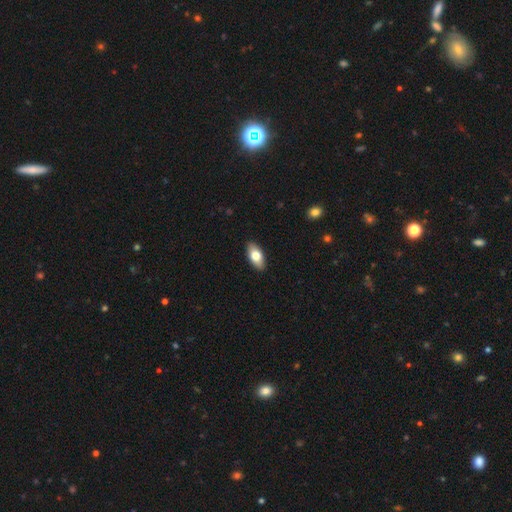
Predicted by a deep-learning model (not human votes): Smooth or featured?
  - smooth: 74% *
  - featured or disk: 20%
  - star or artifact: 6%
How rounded?
  - in between: 91% *
  - cigar-shaped: 6%
  - round: 3%
Merging?
  - none: 90% *
  - minor disturbance: 8%
  - major disturbance: 2%
  - merger: 1%